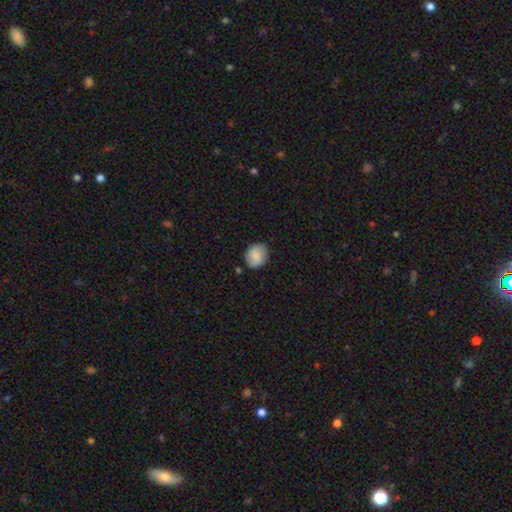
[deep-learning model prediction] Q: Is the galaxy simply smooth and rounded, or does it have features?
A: smooth — 86%.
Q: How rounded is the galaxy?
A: round — 69%.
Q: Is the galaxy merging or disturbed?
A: none — 82%.